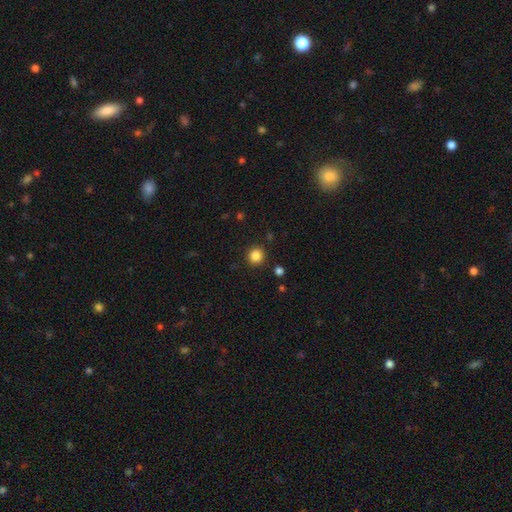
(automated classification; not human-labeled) Smooth or featured?
  - smooth: 85% *
  - star or artifact: 12%
  - featured or disk: 4%
How rounded?
  - round: 92% *
  - in between: 7%
  - cigar-shaped: 1%
Merging?
  - none: 90% *
  - minor disturbance: 6%
  - major disturbance: 2%
  - merger: 2%